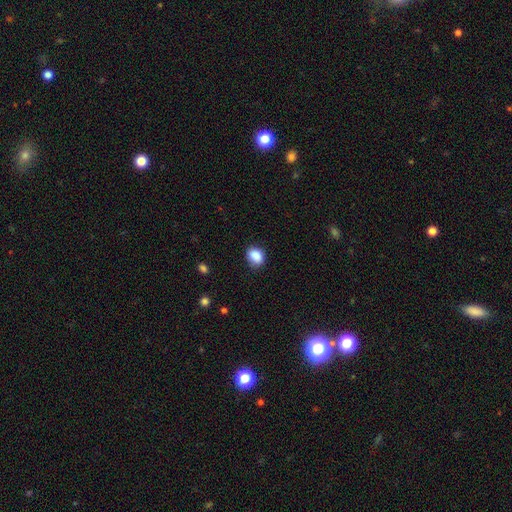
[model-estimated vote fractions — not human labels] This is clearly a smooth galaxy (87%). How rounded: possibly in between (57%). Merging: likely none (80%).